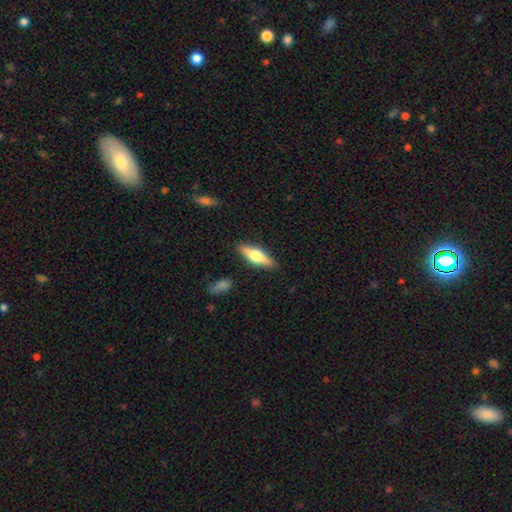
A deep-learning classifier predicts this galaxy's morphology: A smooth galaxy with no disk features (52%) that is in between round and cigar-shaped (49%). Merging: none (87%).